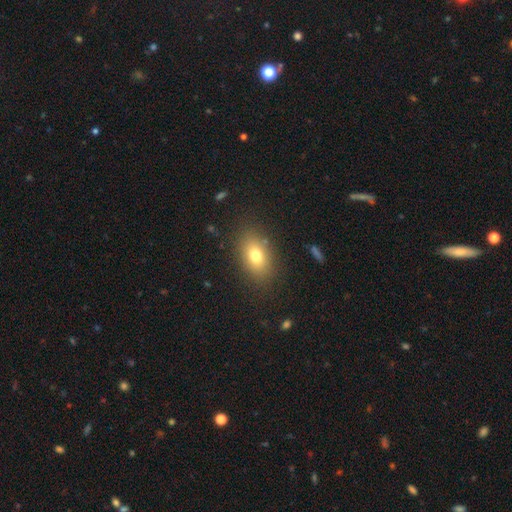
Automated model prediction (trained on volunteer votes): A smooth galaxy with no disk features (76%) that is in between round and cigar-shaped (82%).

Vote fractions:
- Smooth or featured? smooth: 76% / featured or disk: 13% / star or artifact: 11%
- How rounded? in between: 82% / round: 16% / cigar-shaped: 2%
- Merging? none: 84% / minor disturbance: 10% / major disturbance: 4% / merger: 2%